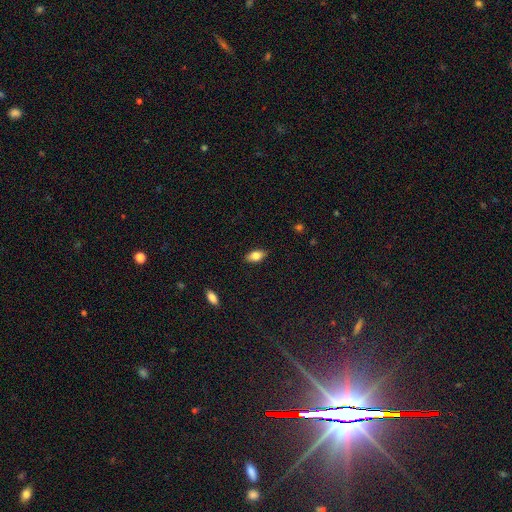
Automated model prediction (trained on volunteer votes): Morphology: type=smooth (79%); roundness=in between (89%); merging=none (86%).